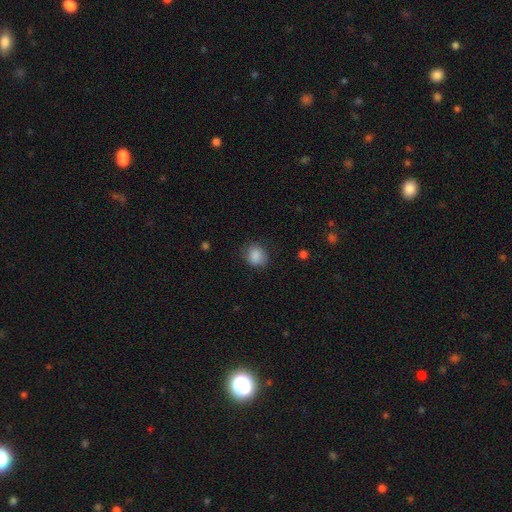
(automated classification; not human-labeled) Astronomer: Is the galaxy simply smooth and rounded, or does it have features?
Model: smooth — 87%.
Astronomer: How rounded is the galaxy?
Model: round — 63%.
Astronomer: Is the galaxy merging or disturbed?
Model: none — 76%.